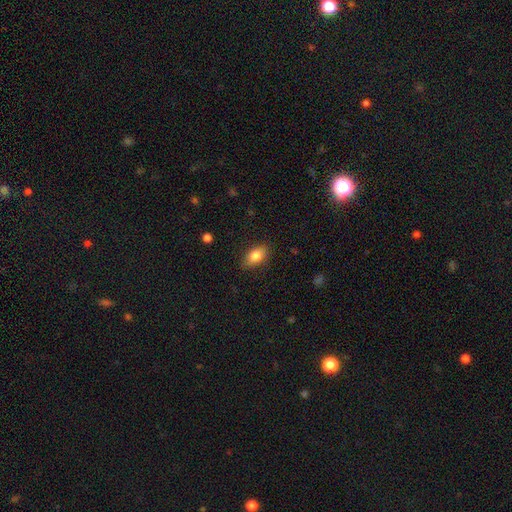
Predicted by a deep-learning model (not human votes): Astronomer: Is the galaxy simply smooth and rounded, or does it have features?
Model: smooth — 83%.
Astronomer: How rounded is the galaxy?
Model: in between — 88%.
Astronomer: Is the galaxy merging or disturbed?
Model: none — 85%.